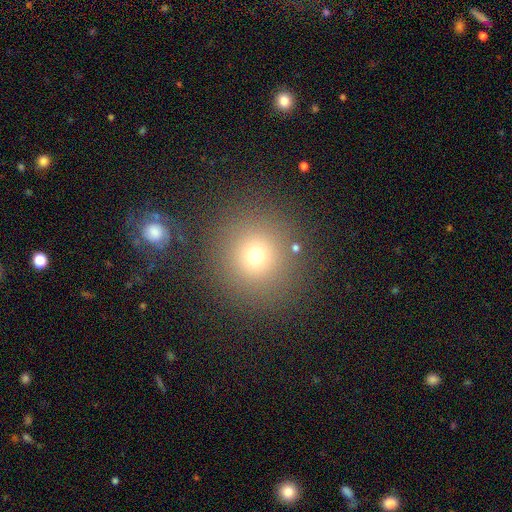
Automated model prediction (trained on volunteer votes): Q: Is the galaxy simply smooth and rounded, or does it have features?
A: smooth — 72%.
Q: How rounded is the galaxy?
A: round — 93%.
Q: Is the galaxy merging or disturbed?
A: none — 85%.